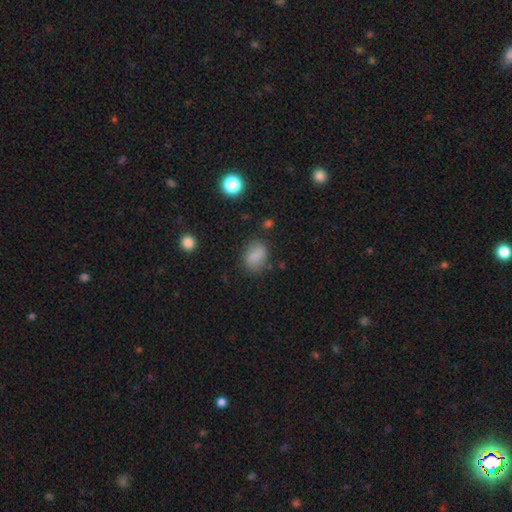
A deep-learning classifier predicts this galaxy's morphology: type=smooth (79%); roundness=in between (70%); merging=none (73%).